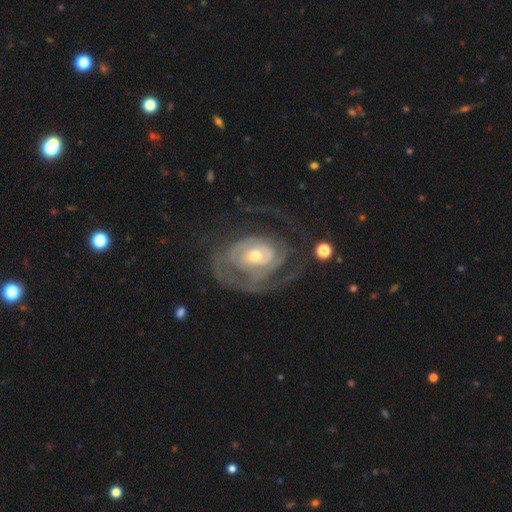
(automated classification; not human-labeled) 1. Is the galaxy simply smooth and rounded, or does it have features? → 84% featured or disk, 10% smooth, 5% star or artifact.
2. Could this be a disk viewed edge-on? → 97% no, 3% yes.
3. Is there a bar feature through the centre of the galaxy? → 68% no, 25% weak, 7% strong.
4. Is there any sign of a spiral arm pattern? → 88% yes, 12% no.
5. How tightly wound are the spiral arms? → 53% tight, 32% medium, 16% loose.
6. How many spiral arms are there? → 31% 2, 30% can't tell, 16% 1, 14% 3, 5% 4, 5% more than 4.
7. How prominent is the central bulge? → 55% moderate, 37% small, 5% large, 1% none, 1% dominant.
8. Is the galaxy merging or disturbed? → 44% none, 36% major disturbance, 17% minor disturbance, 2% merger.